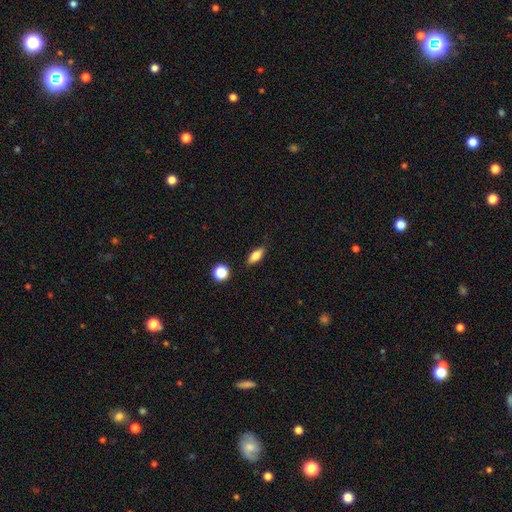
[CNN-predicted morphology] Smooth or featured? Predicted: smooth (p=0.73). How rounded? Predicted: in between (p=0.72). Merging? Predicted: none (p=0.85).